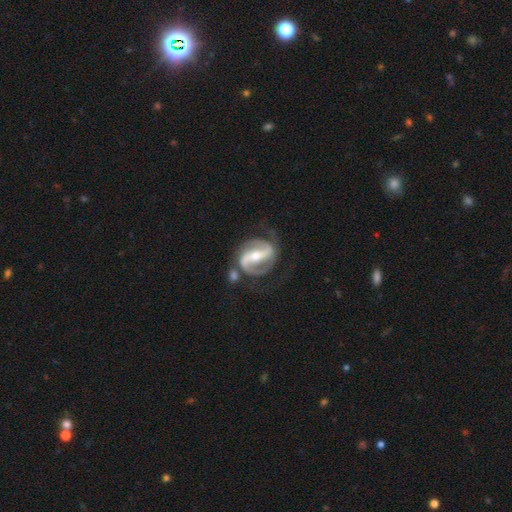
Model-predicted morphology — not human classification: smooth_or_featured: featured or disk (p=0.91) [alt: smooth p=0.05]
disk_edge_on: no (p=0.97) [alt: yes p=0.03]
bar: strong (p=0.69) [alt: weak p=0.21]
has_spiral_arms: yes (p=0.96) [alt: no p=0.04]
spiral_winding: medium (p=0.50) [alt: tight p=0.27]
spiral_arm_count: 2 (p=0.91) [alt: can't tell p=0.03]
bulge_size: moderate (p=0.52) [alt: small p=0.44]
merging: none (p=0.70) [alt: minor disturbance p=0.16]